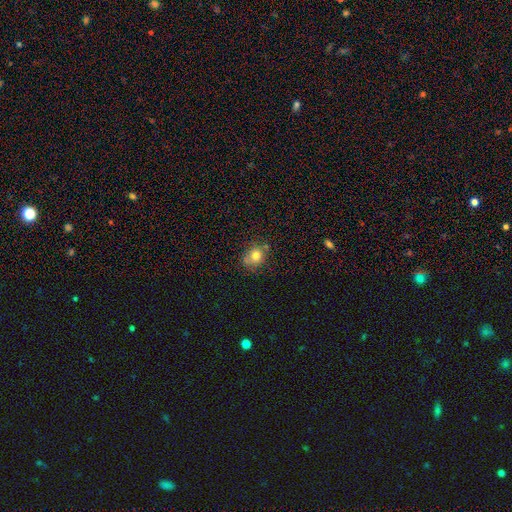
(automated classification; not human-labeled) Smooth or featured? Predicted: smooth (p=0.76). How rounded? Predicted: round (p=0.70). Merging? Predicted: none (p=0.63).